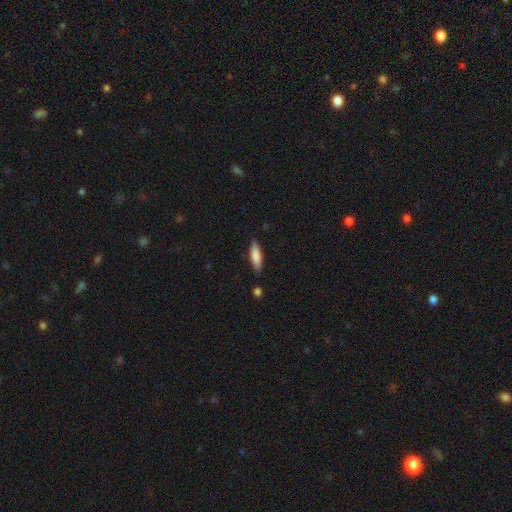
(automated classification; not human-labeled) Smooth or featured: smooth — 80% (featured or disk — 14%)
How rounded: cigar-shaped — 65% (in between — 33%)
Merging: none — 84% (minor disturbance — 12%)